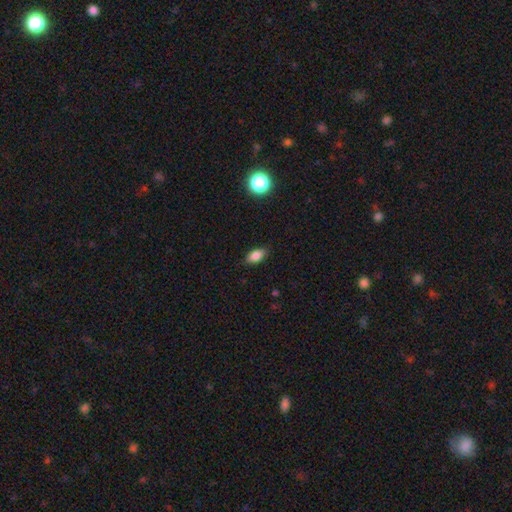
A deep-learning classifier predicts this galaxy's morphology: A smooth galaxy with no disk features (84%) that is in between round and cigar-shaped (89%).

Vote fractions:
- Smooth or featured? smooth: 84% / star or artifact: 9% / featured or disk: 7%
- How rounded? in between: 89% / round: 6% / cigar-shaped: 5%
- Merging? none: 85% / minor disturbance: 11% / major disturbance: 2% / merger: 1%